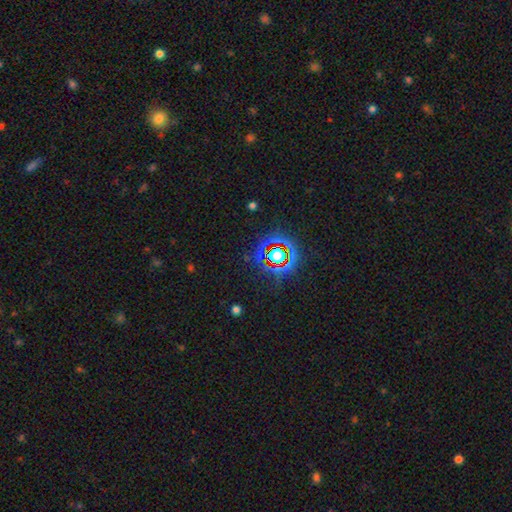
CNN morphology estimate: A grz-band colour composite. It shows a star or artifact, not a galaxy (65%).